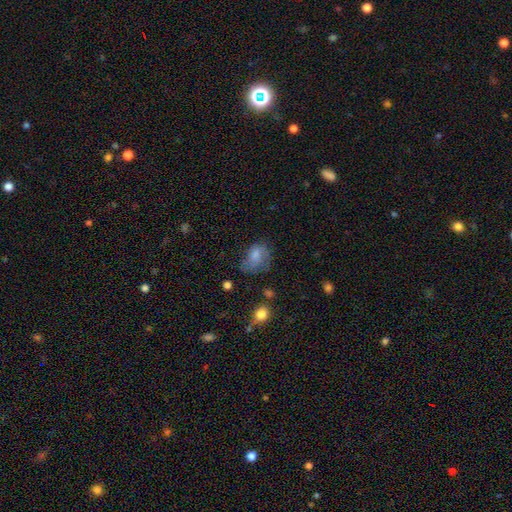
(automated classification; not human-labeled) Smooth or featured: smooth — 68% (featured or disk — 22%)
How rounded: in between — 67% (round — 32%)
Merging: none — 36% (minor disturbance — 31%)